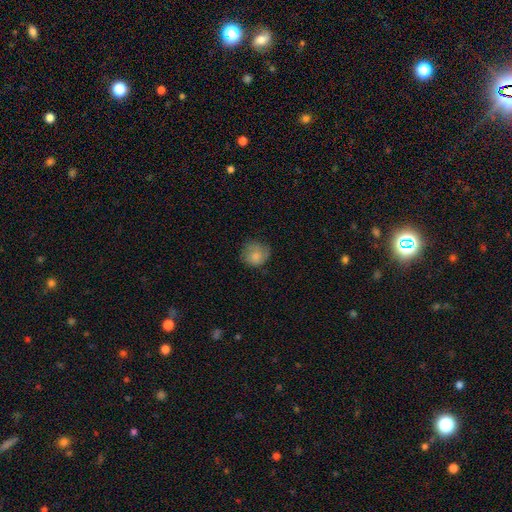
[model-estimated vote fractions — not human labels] This is likely a smooth galaxy (78%). How rounded: clearly round (82%). Merging: likely none (63%).